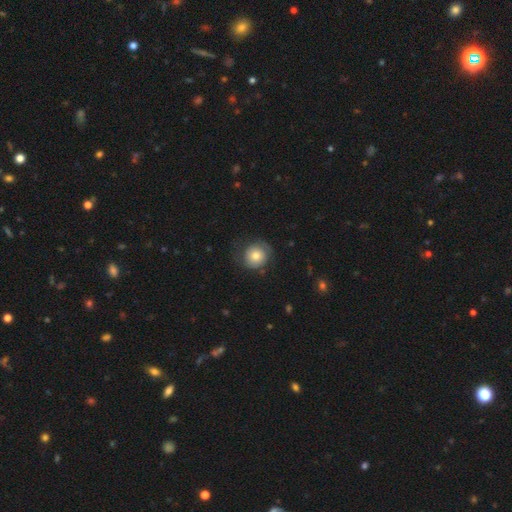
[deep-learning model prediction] Overall: smooth (69%). How rounded: round (88%). Merging: none (66%).